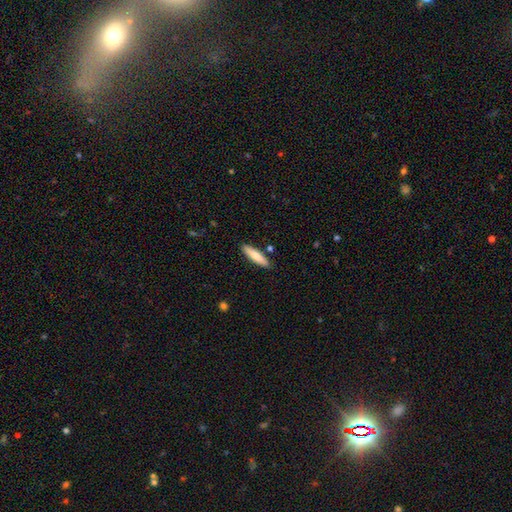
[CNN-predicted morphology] Overall: smooth (79%). How rounded: cigar-shaped (75%). Merging: none (87%).